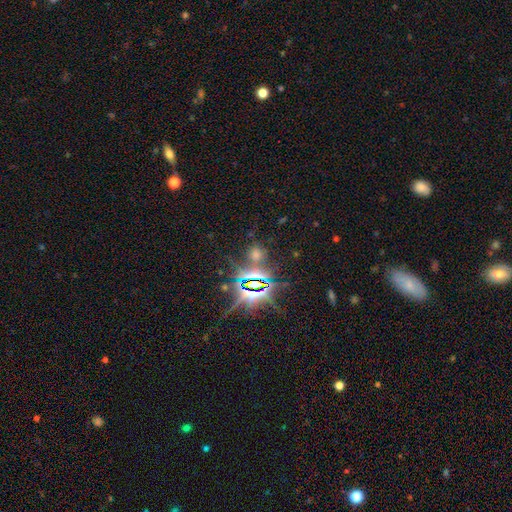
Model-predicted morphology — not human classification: A star or artifact, not a galaxy (79%).